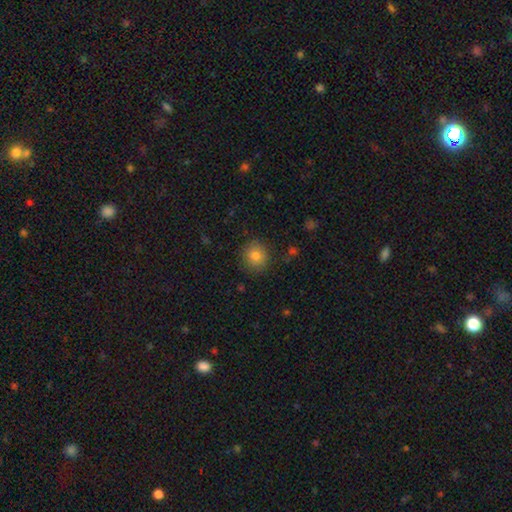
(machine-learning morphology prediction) Smooth or featured? smooth (81%)
How rounded? round (87%)
Merging? none (87%)